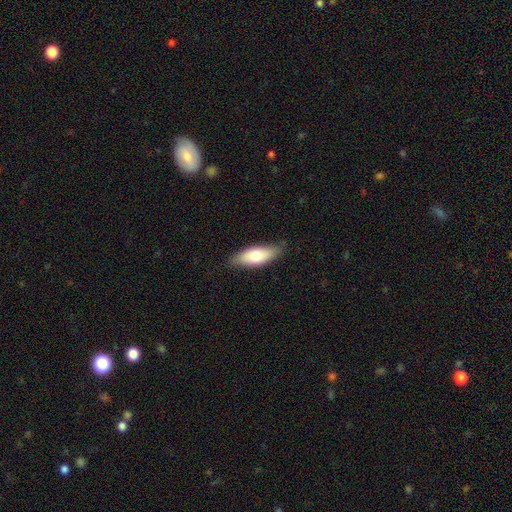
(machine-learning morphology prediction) smooth 70%, featured or disk 24%, star or artifact 6%. Down the decision tree: how rounded — in between (72%); merging — none (80%).